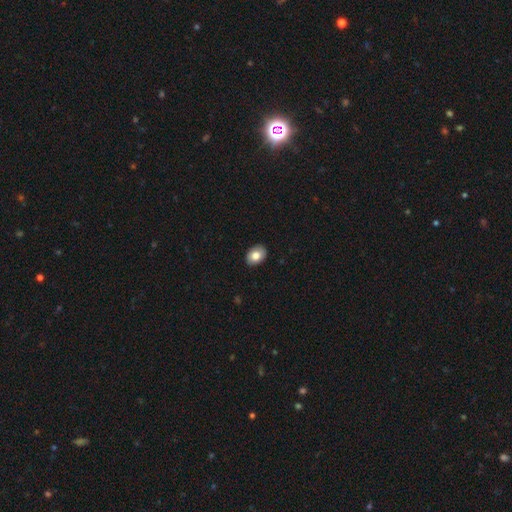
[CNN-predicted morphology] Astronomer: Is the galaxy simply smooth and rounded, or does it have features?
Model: smooth — 80%.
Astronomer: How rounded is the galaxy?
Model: in between — 77%.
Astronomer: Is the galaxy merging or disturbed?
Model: none — 89%.